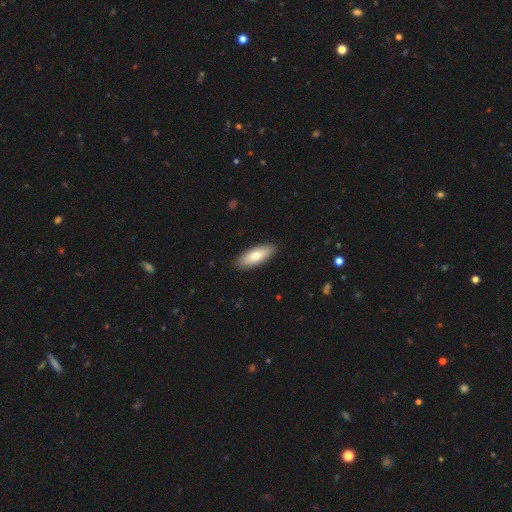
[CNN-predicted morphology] Smooth or featured? smooth (76%)
How rounded? in between (75%)
Merging? none (90%)